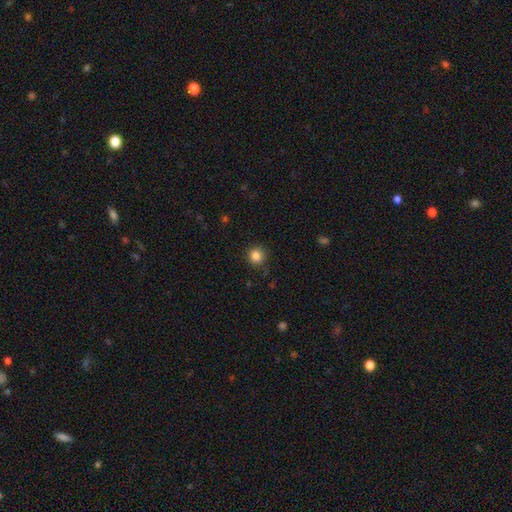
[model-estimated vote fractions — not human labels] This appears to be a smooth galaxy with no disk features (84%) that is round (94%). Merging: none (88%).